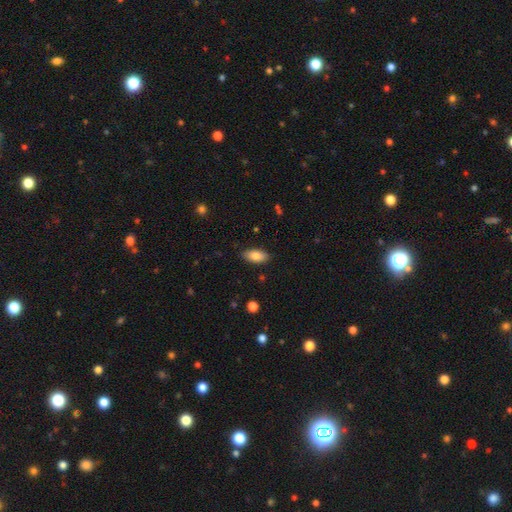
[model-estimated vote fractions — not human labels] smooth_or_featured: smooth (p=0.84) [alt: featured or disk p=0.10]
how_rounded: in between (p=0.91) [alt: cigar-shaped p=0.07]
merging: none (p=0.86) [alt: minor disturbance p=0.11]